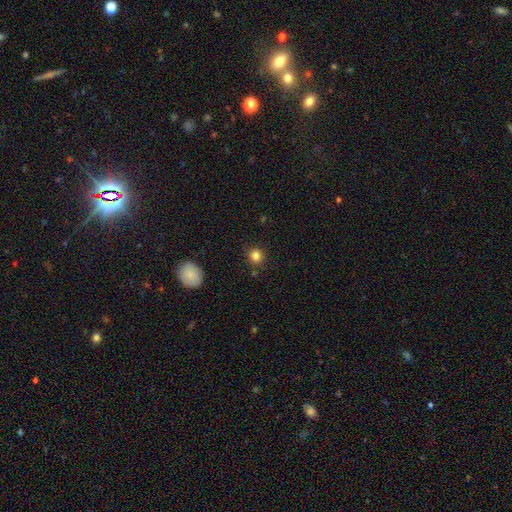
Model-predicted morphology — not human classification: type=smooth (83%); roundness=round (87%); merging=none (87%).